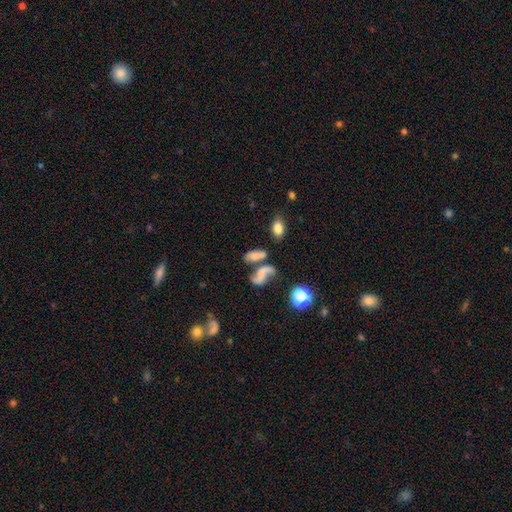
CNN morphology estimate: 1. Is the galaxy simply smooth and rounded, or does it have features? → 49% featured or disk, 38% smooth, 13% star or artifact.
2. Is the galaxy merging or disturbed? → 38% none, 33% merger, 16% minor disturbance, 14% major disturbance.